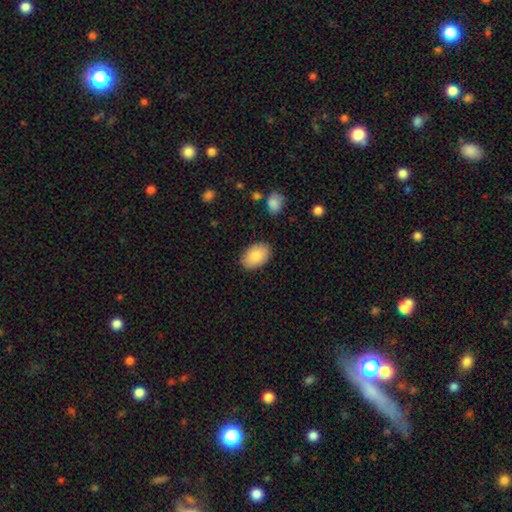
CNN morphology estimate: This is clearly a smooth galaxy (84%). How rounded: clearly in between (89%). Merging: clearly none (87%).